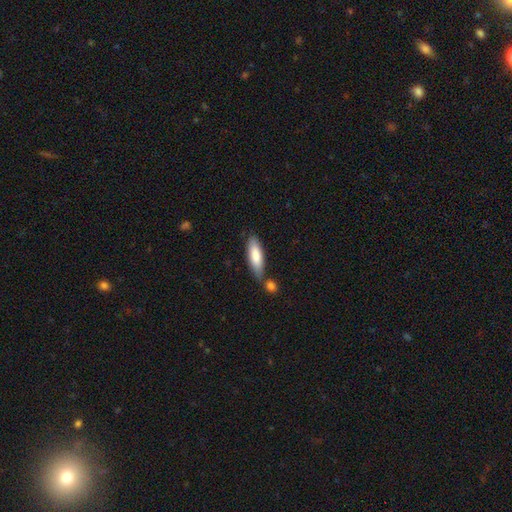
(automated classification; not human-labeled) Smooth or featured?
  - smooth: 82% *
  - featured or disk: 13%
  - star or artifact: 5%
How rounded?
  - in between: 51% *
  - cigar-shaped: 48%
  - round: 2%
Merging?
  - none: 64% *
  - minor disturbance: 17%
  - merger: 15%
  - major disturbance: 4%